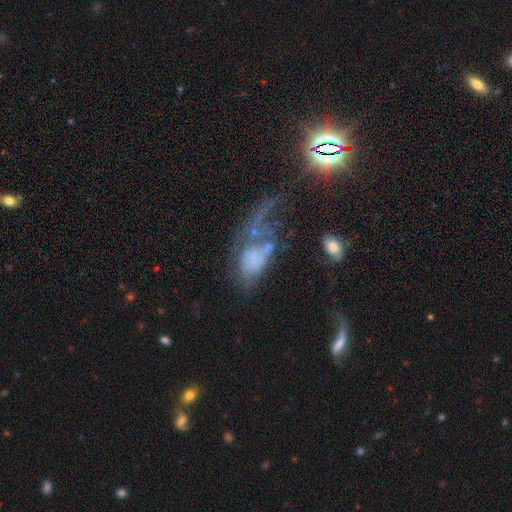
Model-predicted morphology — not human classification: A featured or disk galaxy (50%). Merging: major disturbance (51%).